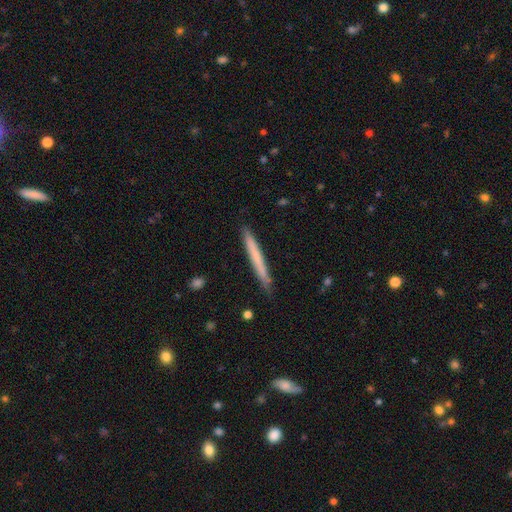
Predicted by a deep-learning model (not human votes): smooth 62%, featured or disk 32%, star or artifact 6%. Down the decision tree: how rounded — cigar-shaped (97%); merging — none (87%).